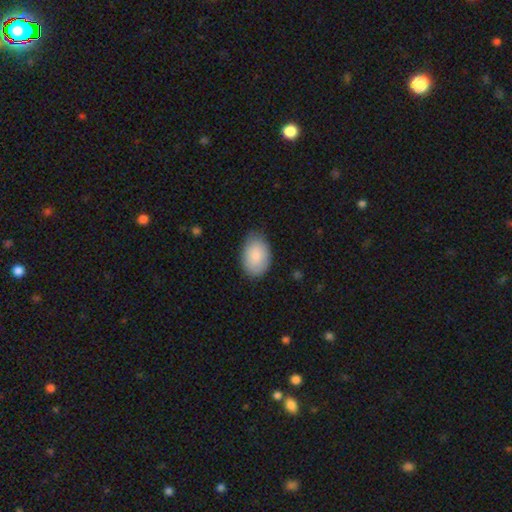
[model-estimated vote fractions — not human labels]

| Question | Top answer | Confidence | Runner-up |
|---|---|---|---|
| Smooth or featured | smooth | 87% | featured or disk (8%) |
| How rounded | in between | 88% | round (11%) |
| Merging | none | 80% | minor disturbance (16%) |